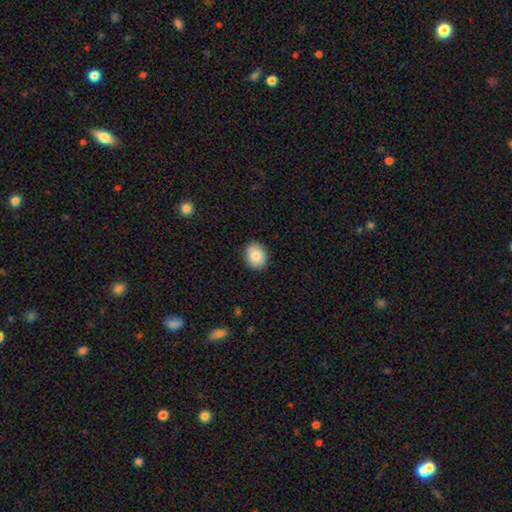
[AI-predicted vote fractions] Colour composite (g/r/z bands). It shows a smooth galaxy with no disk features (86%) that is in between round and cigar-shaped (59%). Merging: none (89%).